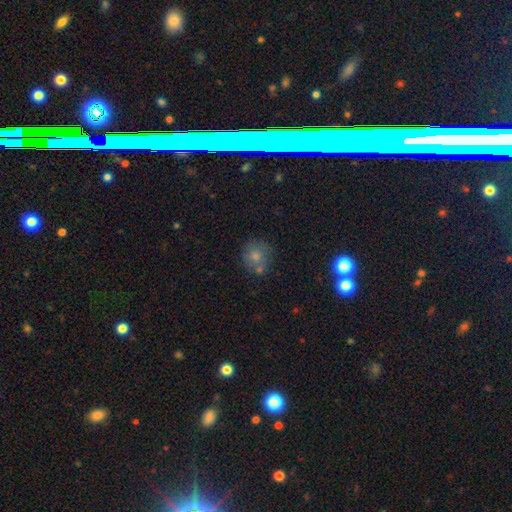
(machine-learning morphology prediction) Q: Smooth or featured?
A: smooth (76%); runner-up: featured or disk (14%)
Q: How rounded?
A: round (85%); runner-up: in between (15%)
Q: Merging?
A: none (60%); runner-up: merger (18%)